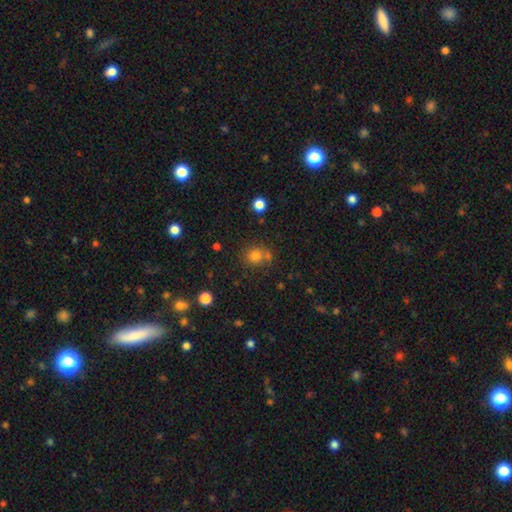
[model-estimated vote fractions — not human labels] smooth_or_featured: smooth (p=0.75) [alt: star or artifact p=0.17]
how_rounded: round (p=0.85) [alt: in between p=0.14]
merging: none (p=0.66) [alt: merger p=0.20]